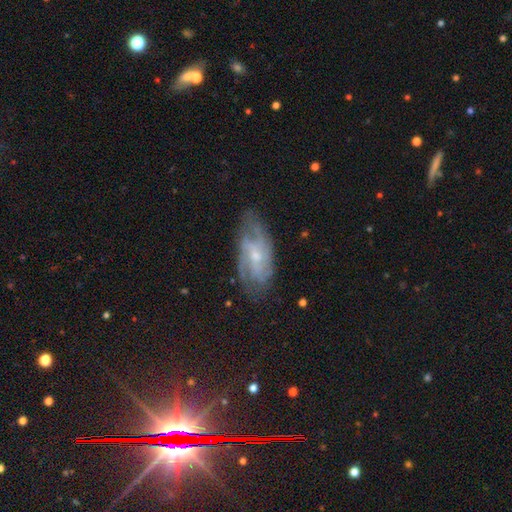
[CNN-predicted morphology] Smooth or featured? Predicted: featured or disk (p=0.78). Edge-on disk? Predicted: no (p=0.93). Bar? Predicted: no (p=0.57). Spiral arms? Predicted: yes (p=0.90). Spiral winding? Predicted: medium (p=0.43). Spiral arm count? Predicted: can't tell (p=0.35). Bulge size? Predicted: small (p=0.59). Merging? Predicted: none (p=0.69).